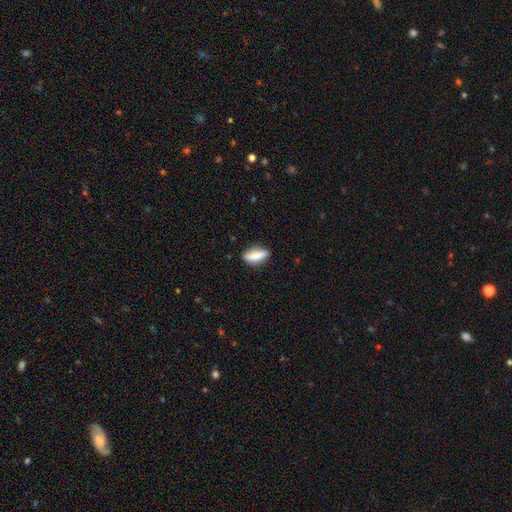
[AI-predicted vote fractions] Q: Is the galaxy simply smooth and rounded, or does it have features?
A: smooth — 79%.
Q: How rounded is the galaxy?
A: in between — 60%.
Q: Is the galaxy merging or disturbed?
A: none — 81%.